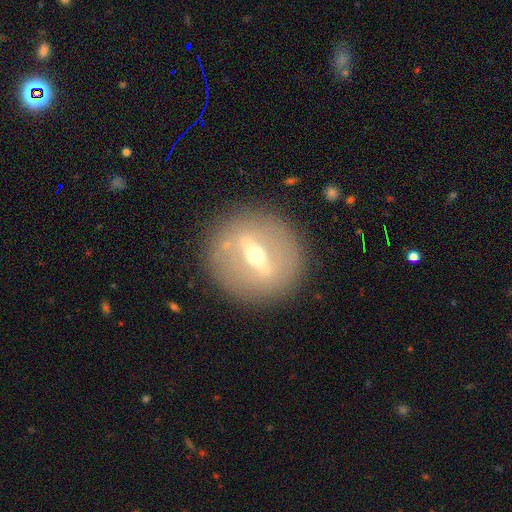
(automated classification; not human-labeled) This is likely a featured or disk galaxy (78%). It is possibly viewed edge-on (50%, tied with no). Merging: clearly none (88%).